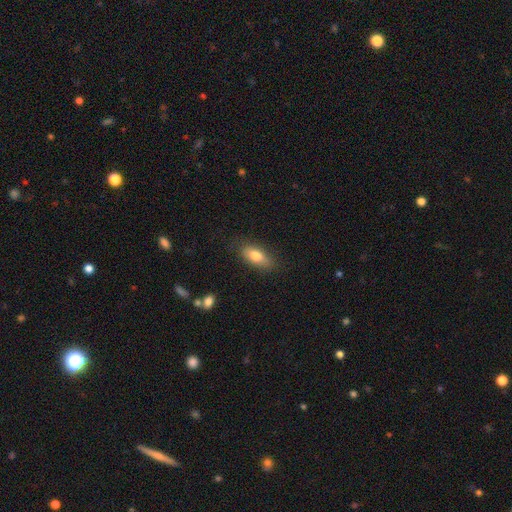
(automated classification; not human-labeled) Q: Smooth or featured?
A: smooth (77%); runner-up: featured or disk (16%)
Q: How rounded?
A: in between (82%); runner-up: cigar-shaped (14%)
Q: Merging?
A: none (81%); runner-up: minor disturbance (14%)